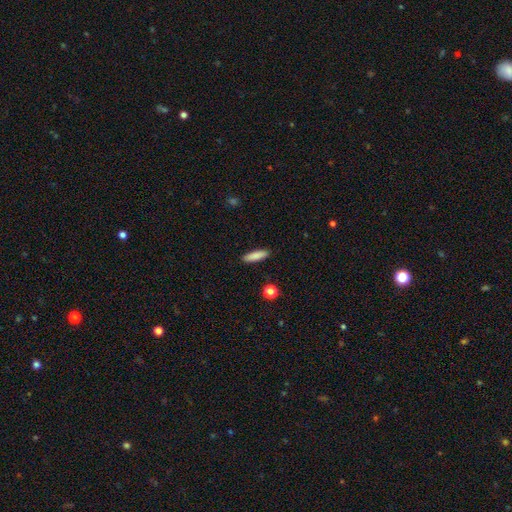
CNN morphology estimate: type=smooth (86%); roundness=cigar-shaped (69%); merging=none (90%).